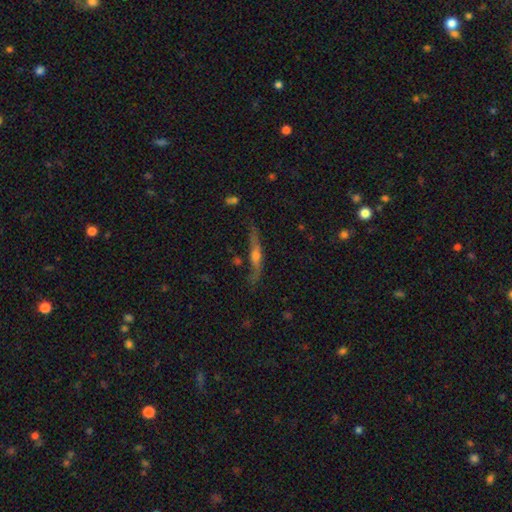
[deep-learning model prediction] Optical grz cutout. It shows a featured or disk galaxy (66%) viewed edge-on (92%) with a rounded central bulge (86%). Merging: none (74%).